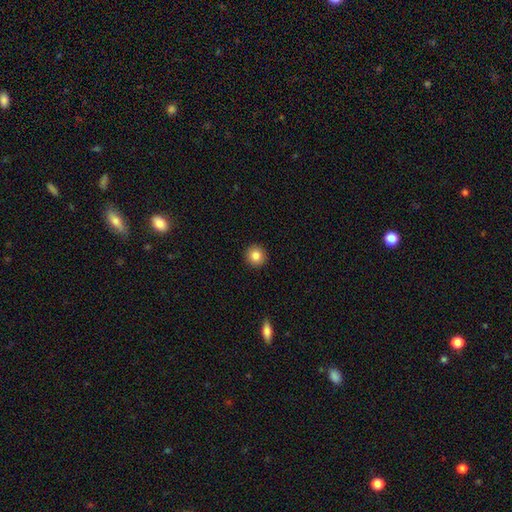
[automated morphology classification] Smooth or featured: smooth — 84% (star or artifact — 10%)
How rounded: round — 94% (in between — 5%)
Merging: none — 93% (minor disturbance — 5%)